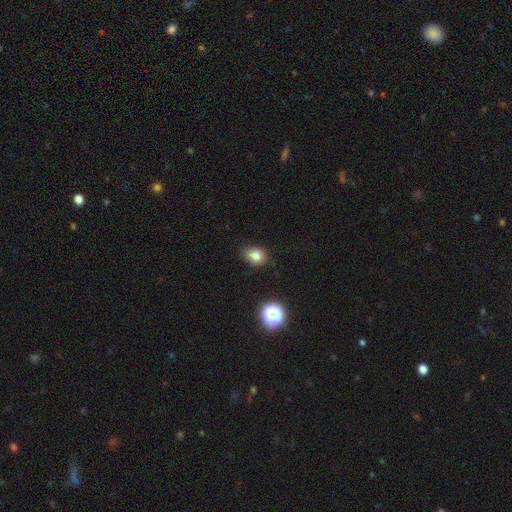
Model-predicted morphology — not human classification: This appears to be a smooth galaxy with no disk features (79%) that is in between round and cigar-shaped (53%). Merging: none (73%).